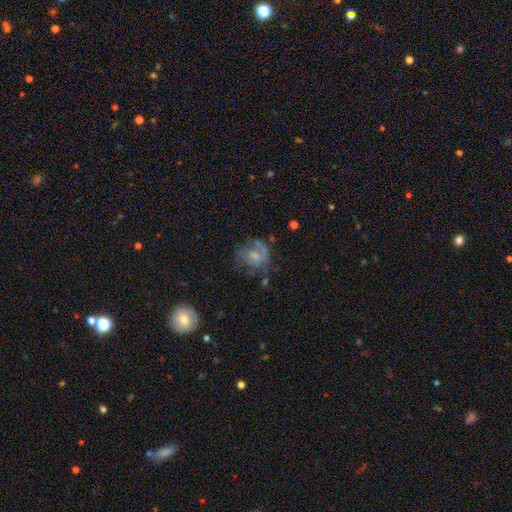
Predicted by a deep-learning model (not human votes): A featured or disk galaxy (46%).

Vote fractions:
- Smooth or featured? featured or disk: 46% / smooth: 43% / star or artifact: 12%
- Merging? none: 41% / major disturbance: 28% / minor disturbance: 23% / merger: 8%